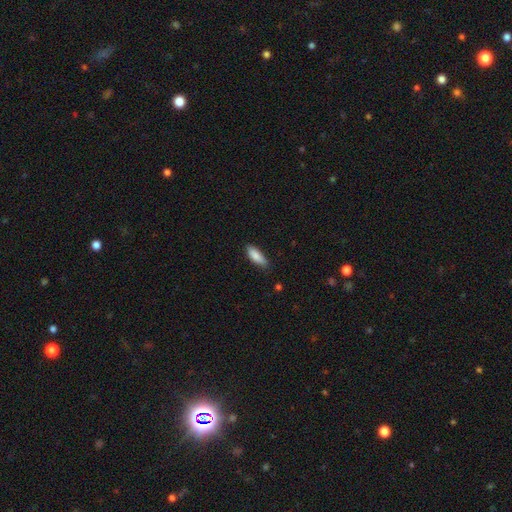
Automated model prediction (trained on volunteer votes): A smooth galaxy with no disk features (86%) that is in between round and cigar-shaped (65%).

Vote fractions:
- Smooth or featured? smooth: 86% / featured or disk: 8% / star or artifact: 6%
- How rounded? in between: 65% / cigar-shaped: 33% / round: 2%
- Merging? none: 81% / minor disturbance: 15% / major disturbance: 2% / merger: 1%